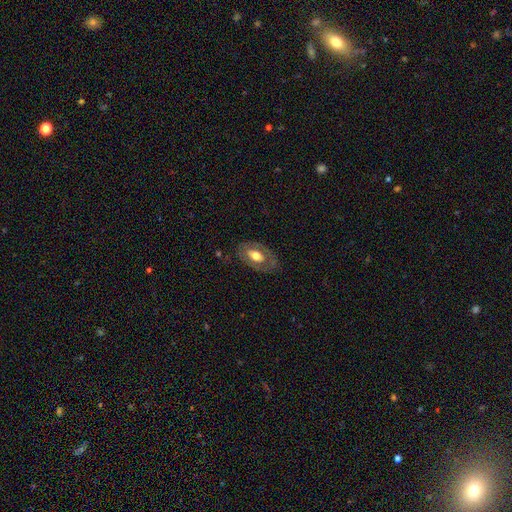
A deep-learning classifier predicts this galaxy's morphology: type=featured or disk (50%); merging=none (74%).